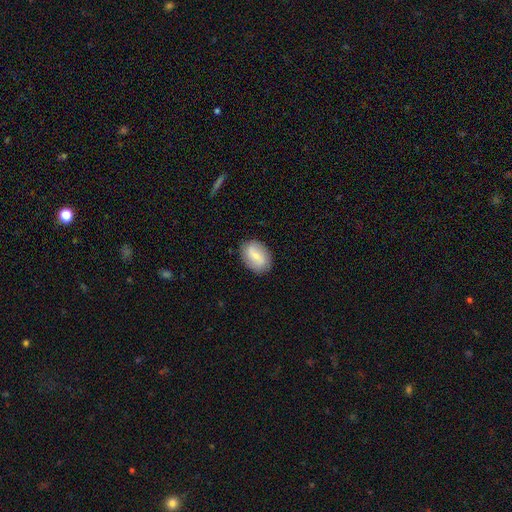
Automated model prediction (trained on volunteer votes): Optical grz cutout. It shows a smooth galaxy with no disk features (55%) that is in between round and cigar-shaped (81%). Merging: none (85%).